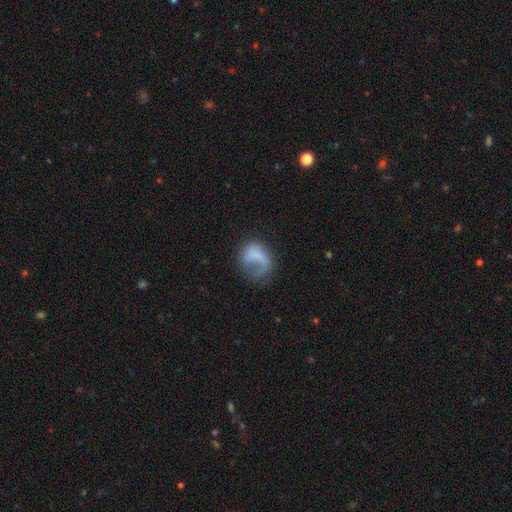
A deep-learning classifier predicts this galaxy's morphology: Smooth or featured: smooth — 56% (featured or disk — 35%)
How rounded: in between — 54% (round — 44%)
Merging: major disturbance — 45% (none — 31%)